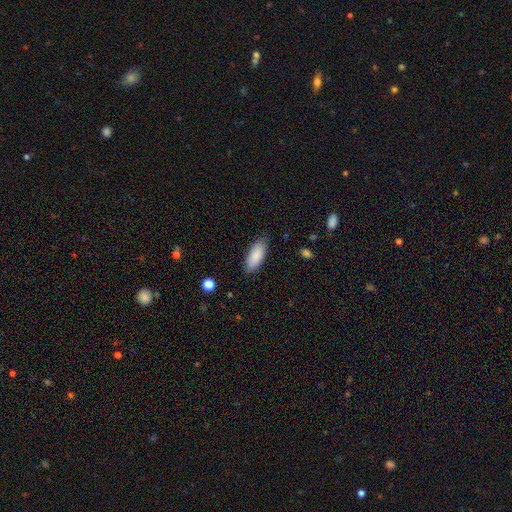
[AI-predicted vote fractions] Smooth or featured?
  - smooth: 88% *
  - star or artifact: 6%
  - featured or disk: 6%
How rounded?
  - in between: 77% *
  - cigar-shaped: 21%
  - round: 2%
Merging?
  - none: 85% *
  - minor disturbance: 12%
  - major disturbance: 2%
  - merger: 1%